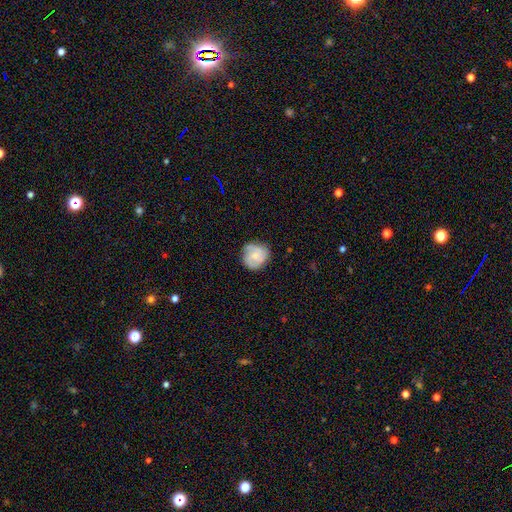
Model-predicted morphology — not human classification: smooth 50%, featured or disk 43%, star or artifact 7%. Down the decision tree: merging — none (73%).